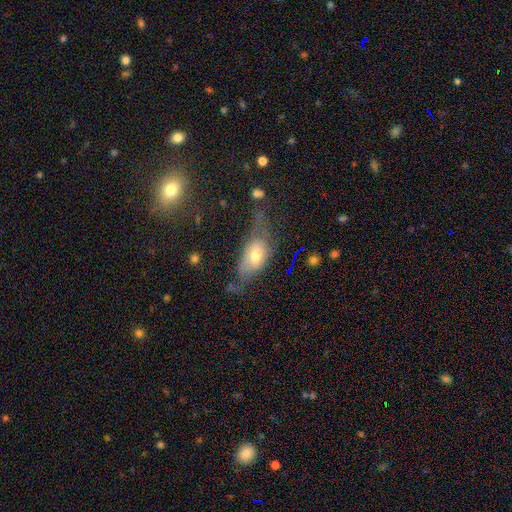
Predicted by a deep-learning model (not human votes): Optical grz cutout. It shows a smooth galaxy with no disk features (49%). Merging: none (38%).